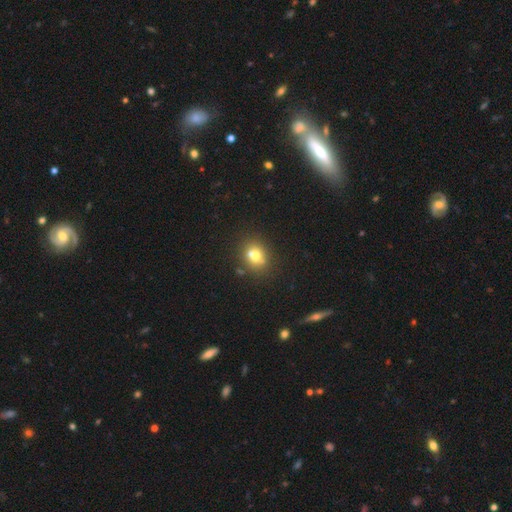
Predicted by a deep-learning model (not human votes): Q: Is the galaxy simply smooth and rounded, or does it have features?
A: smooth — 68%.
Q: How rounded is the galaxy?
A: round — 67%.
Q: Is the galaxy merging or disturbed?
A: none — 54%.